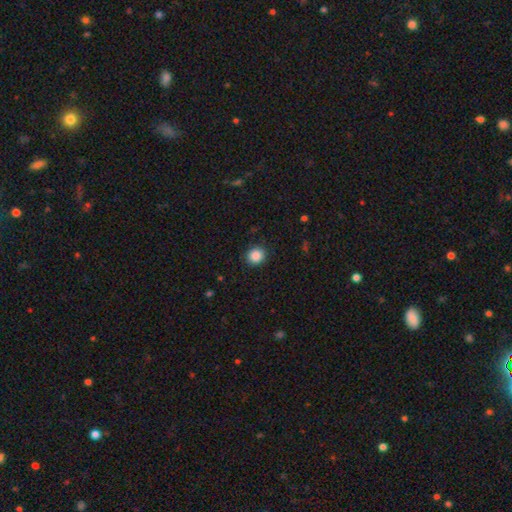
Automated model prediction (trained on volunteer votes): A smooth galaxy with no disk features (88%) that is round (85%). Merging: none (89%).